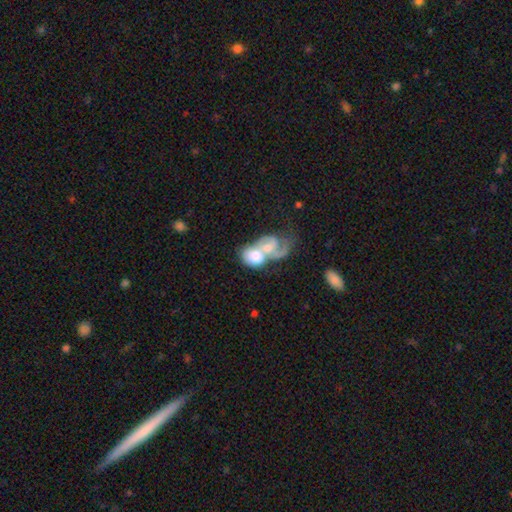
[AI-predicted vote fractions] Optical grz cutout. It shows a featured or disk galaxy (47%, tied with smooth). Merging: merger (80%).